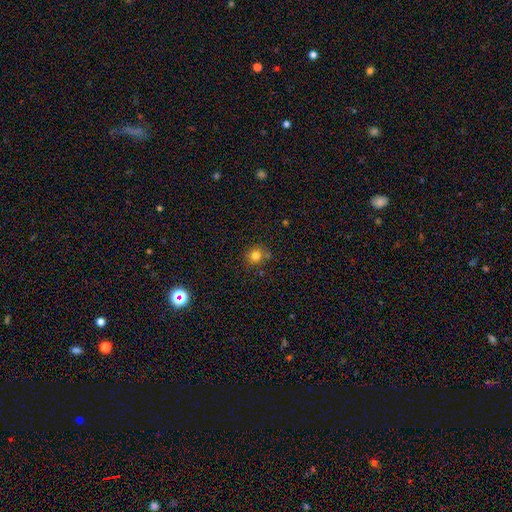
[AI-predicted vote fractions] smooth 79%, star or artifact 14%, featured or disk 7%. Down the decision tree: how rounded — round (87%); merging — none (74%).